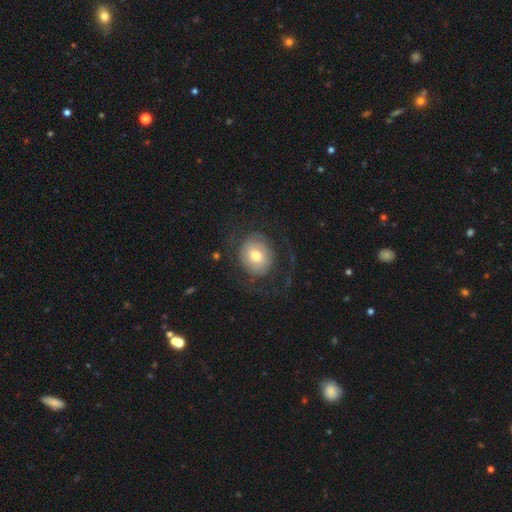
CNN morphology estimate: Smooth or featured: featured or disk — 55% (smooth — 38%)
Edge-on disk: no — 96% (yes — 4%)
Bar: no — 70% (weak — 24%)
Spiral arms: yes — 74% (no — 26%)
Bulge size: moderate — 61% (small — 24%)
Merging: none — 58% (major disturbance — 26%)